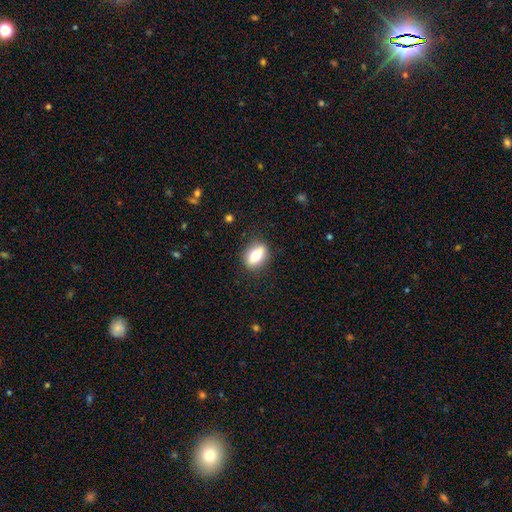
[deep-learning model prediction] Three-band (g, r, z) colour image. It shows a smooth galaxy with no disk features (68%) that is in between round and cigar-shaped (74%). Merging: none (86%).